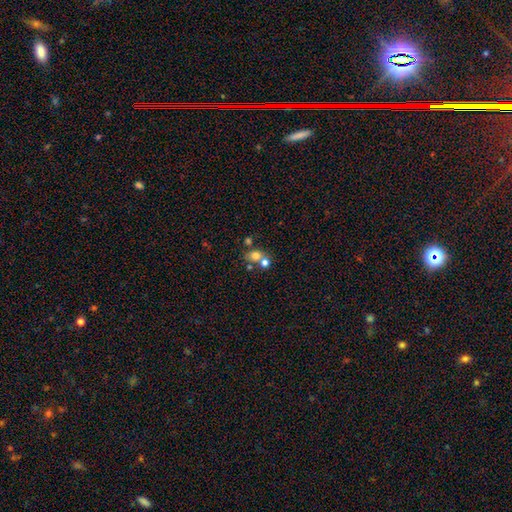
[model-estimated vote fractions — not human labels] Smooth or featured? Predicted: smooth (p=0.72). How rounded? Predicted: round (p=0.62). Merging? Predicted: merger (p=0.46).